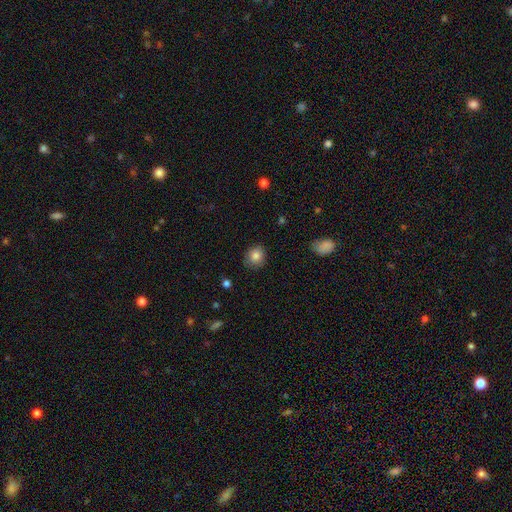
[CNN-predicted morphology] This is clearly a smooth galaxy (84%). How rounded: likely round (77%). Merging: clearly none (83%).